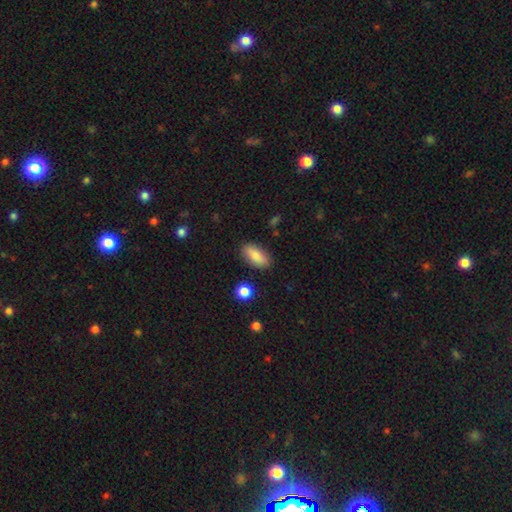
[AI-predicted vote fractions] smooth-or-featured: smooth: 80% | featured or disk: 13% | star or artifact: 7%
  how-rounded: in between: 86% | cigar-shaped: 10% | round: 3%
  merging: none: 85% | minor disturbance: 10% | major disturbance: 2% | merger: 2%